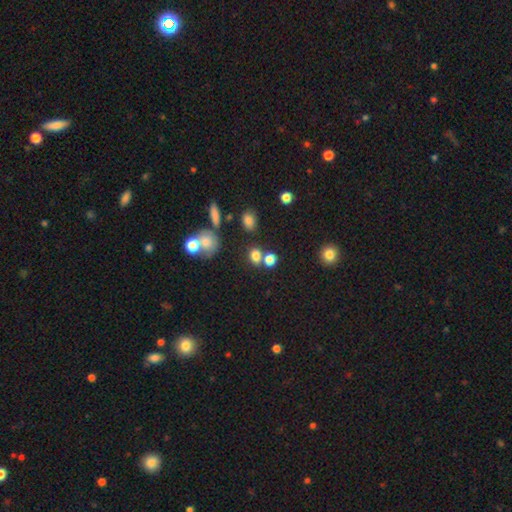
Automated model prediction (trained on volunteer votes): This is likely a smooth galaxy (76%). How rounded: possibly in between (49%). Merging: possibly none (55%).